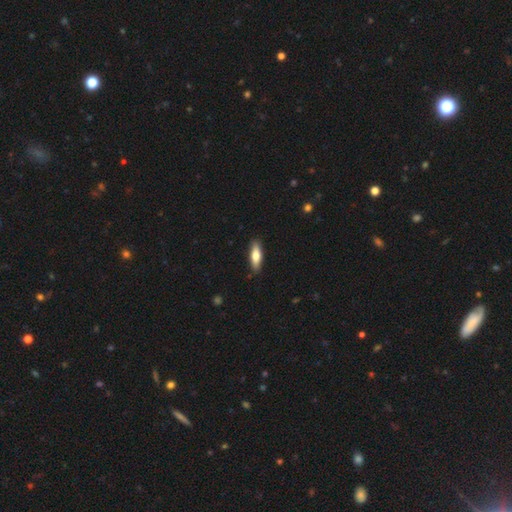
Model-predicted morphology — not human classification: Smooth or featured? smooth (71%)
How rounded? cigar-shaped (50%)
Merging? none (88%)